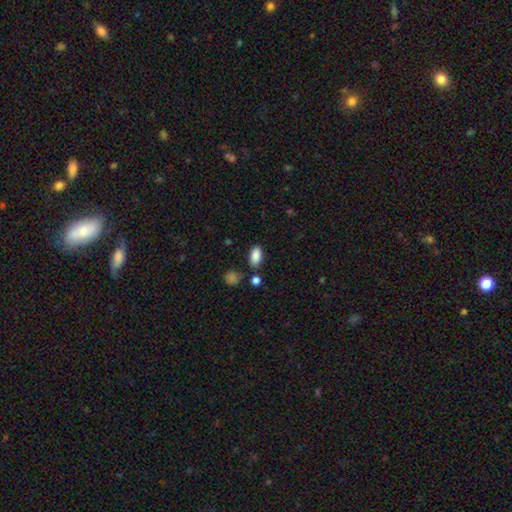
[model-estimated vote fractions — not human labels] The model was most divided on "merging": none: 78%, minor disturbance: 13%, merger: 6%, major disturbance: 3%. More confident: how rounded — in between (92%); smooth or featured — smooth (87%).